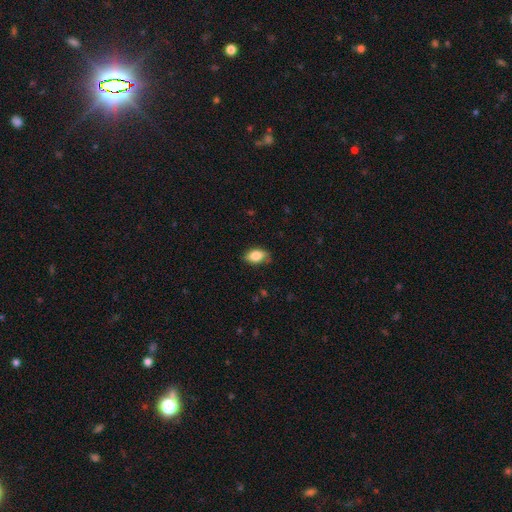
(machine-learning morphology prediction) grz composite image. It shows a smooth galaxy with no disk features (82%) that is in between round and cigar-shaped (89%). Merging: none (74%).